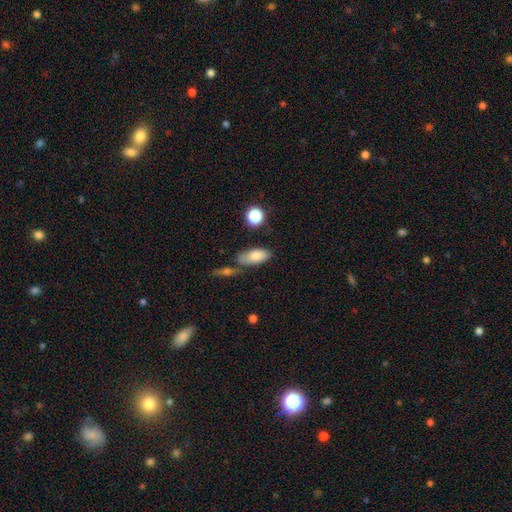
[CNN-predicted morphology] Q: Smooth or featured?
A: smooth (78%); runner-up: featured or disk (14%)
Q: How rounded?
A: in between (86%); runner-up: cigar-shaped (10%)
Q: Merging?
A: none (63%); runner-up: minor disturbance (18%)